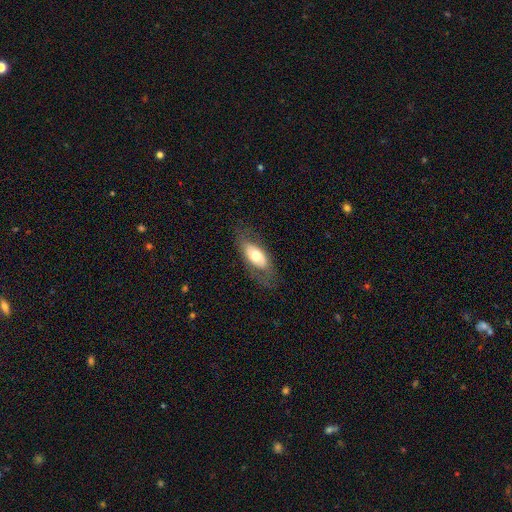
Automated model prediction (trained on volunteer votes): Overall: smooth (55%; featured or disk 38%). How rounded: in between (87%). Merging: none (71%).